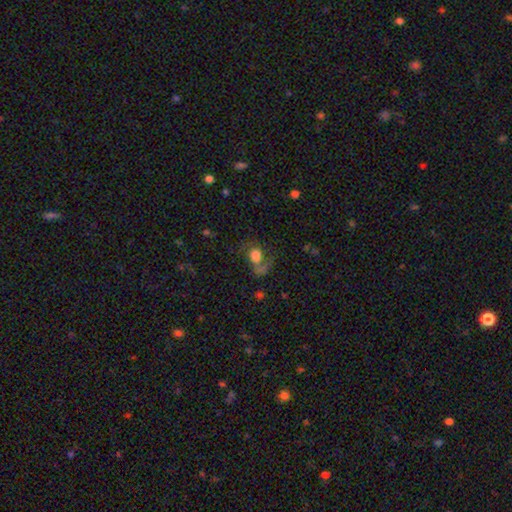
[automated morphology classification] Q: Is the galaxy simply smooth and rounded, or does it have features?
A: smooth — 49%.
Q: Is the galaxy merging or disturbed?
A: none — 37%.